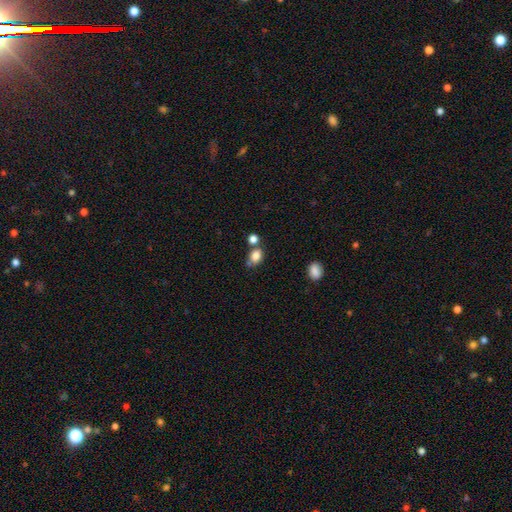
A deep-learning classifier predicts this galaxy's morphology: Q: Smooth or featured?
A: smooth (83%); runner-up: star or artifact (10%)
Q: How rounded?
A: in between (60%); runner-up: round (39%)
Q: Merging?
A: none (53%); runner-up: merger (24%)